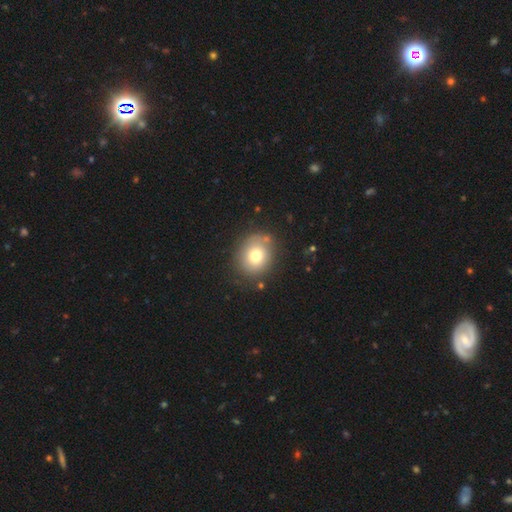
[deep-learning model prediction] Smooth or featured? Predicted: smooth (p=0.74). How rounded? Predicted: round (p=0.75). Merging? Predicted: none (p=0.80).